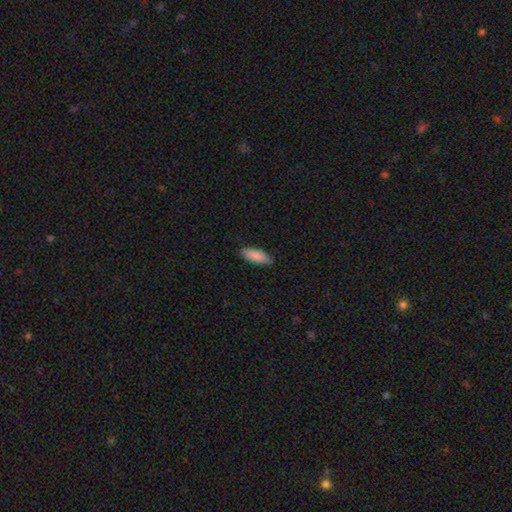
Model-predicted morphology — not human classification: Q: Smooth or featured?
A: smooth (88%); runner-up: featured or disk (6%)
Q: How rounded?
A: in between (64%); runner-up: cigar-shaped (35%)
Q: Merging?
A: none (85%); runner-up: minor disturbance (12%)